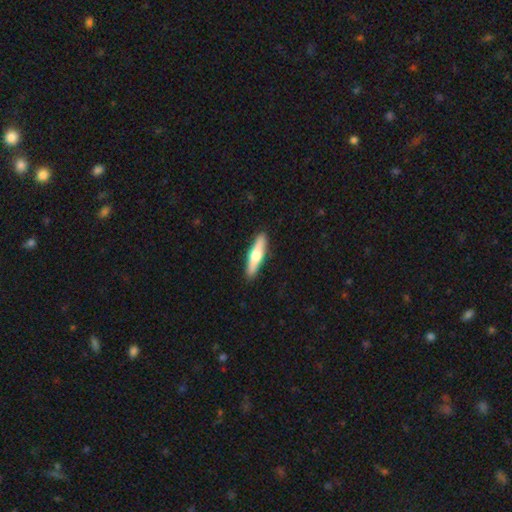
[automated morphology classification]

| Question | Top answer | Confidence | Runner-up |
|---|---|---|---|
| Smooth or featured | smooth | 55% | featured or disk (40%) |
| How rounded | cigar-shaped | 78% | in between (20%) |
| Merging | none | 91% | minor disturbance (7%) |